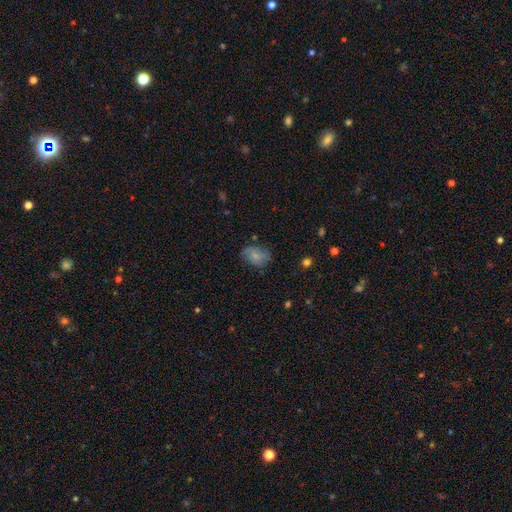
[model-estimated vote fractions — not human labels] This appears to be a smooth galaxy with no disk features (71%) that is in between round and cigar-shaped (74%). Merging: none (64%).